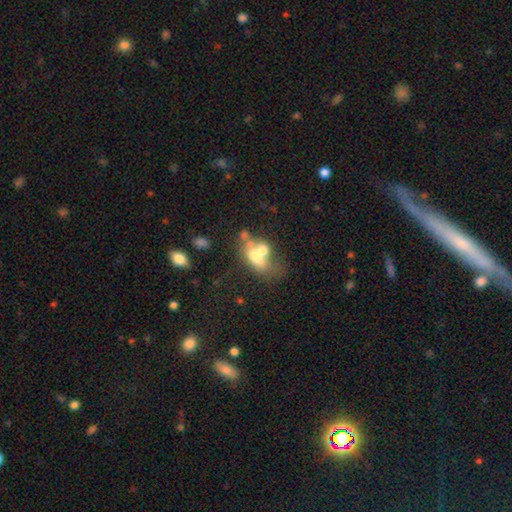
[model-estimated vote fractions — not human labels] Morphology: type=smooth (53%); roundness=in between (76%); merging=merger (58%).